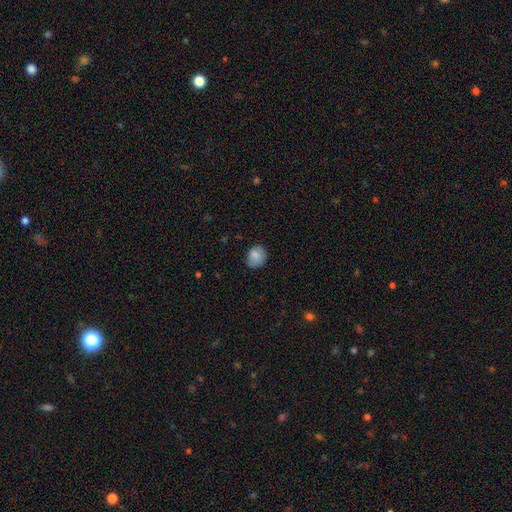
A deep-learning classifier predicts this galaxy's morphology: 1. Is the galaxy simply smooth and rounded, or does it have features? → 86% smooth, 8% star or artifact, 6% featured or disk.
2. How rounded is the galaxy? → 63% round, 36% in between, 1% cigar-shaped.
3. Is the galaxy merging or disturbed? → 77% none, 18% minor disturbance, 3% major disturbance, 1% merger.